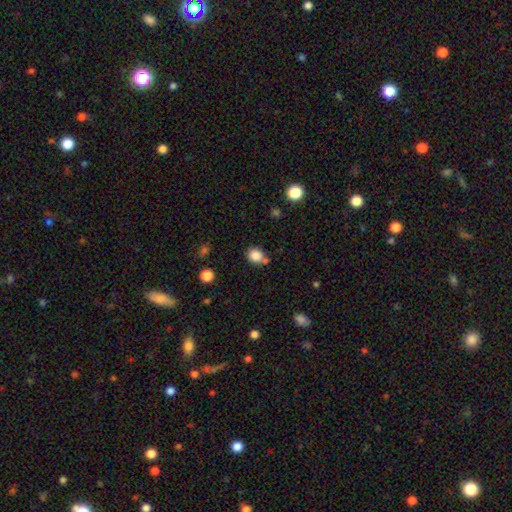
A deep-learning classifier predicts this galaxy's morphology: Smooth or featured?
  - smooth: 84% *
  - star or artifact: 10%
  - featured or disk: 6%
How rounded?
  - round: 71% *
  - in between: 28%
  - cigar-shaped: 1%
Merging?
  - none: 64% *
  - merger: 19%
  - minor disturbance: 14%
  - major disturbance: 4%